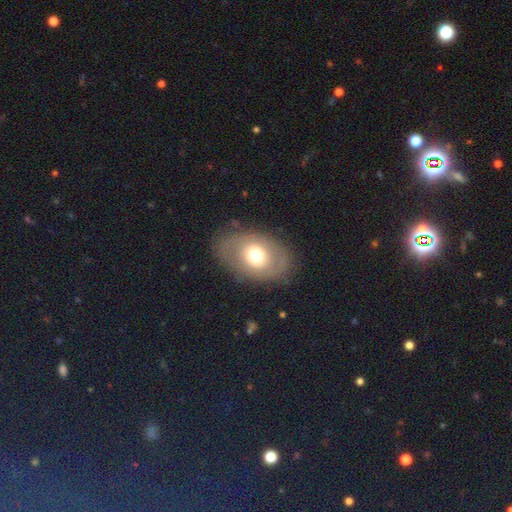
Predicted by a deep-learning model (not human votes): Smooth or featured? smooth (56%)
How rounded? in between (74%)
Merging? none (79%)